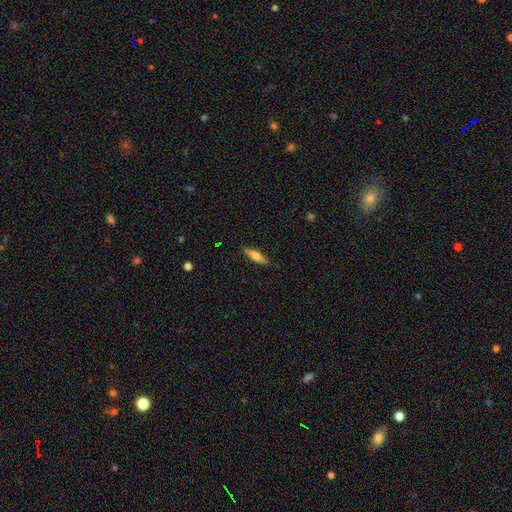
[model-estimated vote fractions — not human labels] Morphology: type=smooth (57%); roundness=cigar-shaped (69%); merging=none (87%).